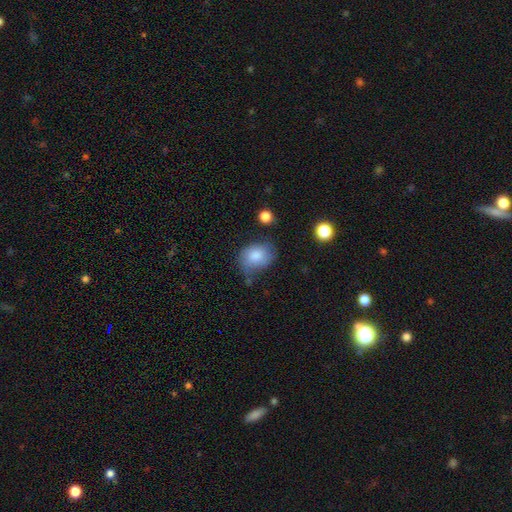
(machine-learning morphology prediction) Smooth or featured?
  - smooth: 81% *
  - featured or disk: 11%
  - star or artifact: 8%
How rounded?
  - in between: 63% *
  - round: 36%
  - cigar-shaped: 1%
Merging?
  - none: 54% *
  - minor disturbance: 31%
  - major disturbance: 10%
  - merger: 6%